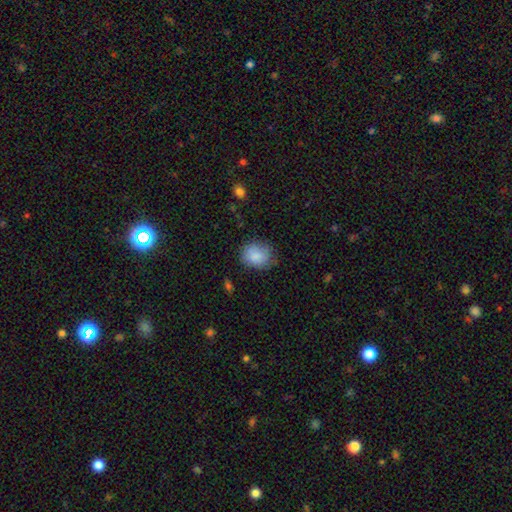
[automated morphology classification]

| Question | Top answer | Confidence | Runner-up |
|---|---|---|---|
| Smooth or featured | smooth | 85% | featured or disk (8%) |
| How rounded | round | 60% | in between (39%) |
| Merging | none | 69% | minor disturbance (23%) |